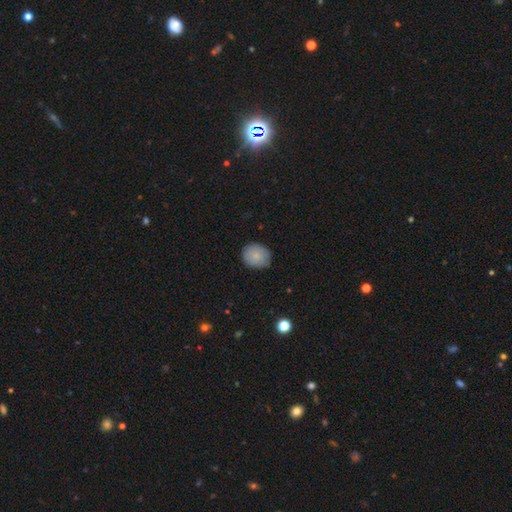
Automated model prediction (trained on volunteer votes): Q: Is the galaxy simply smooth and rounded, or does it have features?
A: smooth — 84%.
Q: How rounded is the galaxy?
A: round — 69%.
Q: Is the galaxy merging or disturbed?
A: none — 82%.